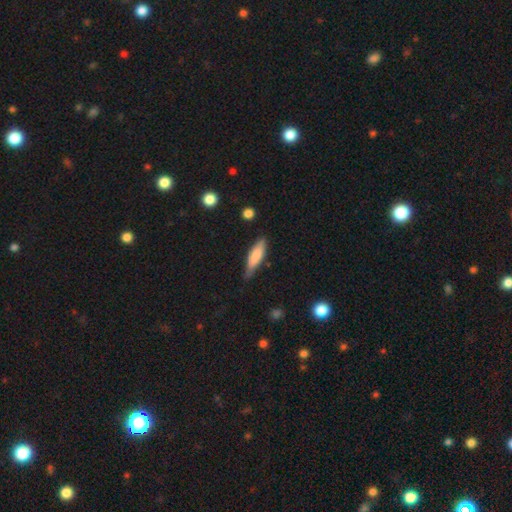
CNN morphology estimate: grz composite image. It shows a smooth galaxy with no disk features (72%) that is cigar-shaped (63%). Merging: none (66%).